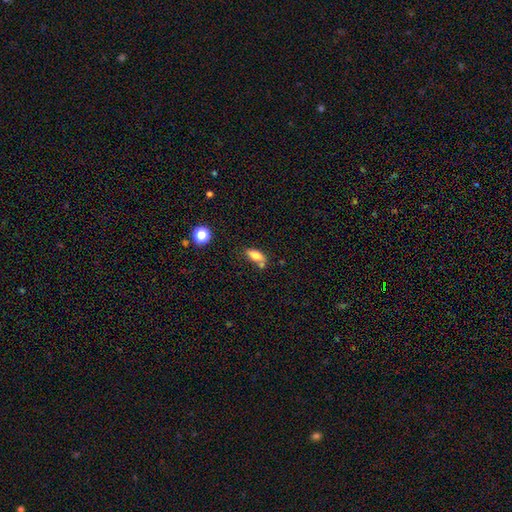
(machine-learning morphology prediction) A smooth galaxy with no disk features (74%) that is in between round and cigar-shaped (80%). Merging: none (54%).